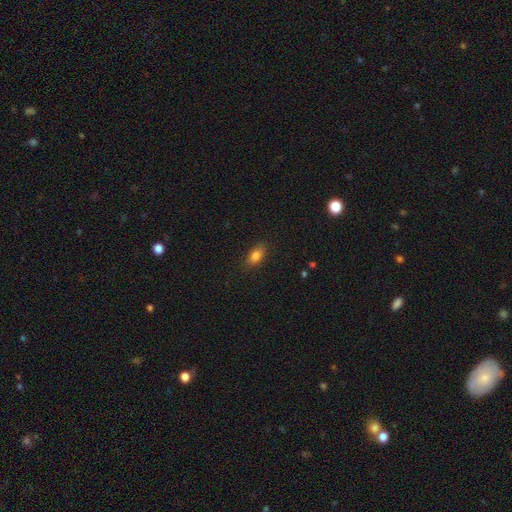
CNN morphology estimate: Q: Smooth or featured?
A: smooth (83%); runner-up: star or artifact (9%)
Q: How rounded?
A: in between (85%); runner-up: round (9%)
Q: Merging?
A: none (85%); runner-up: minor disturbance (11%)